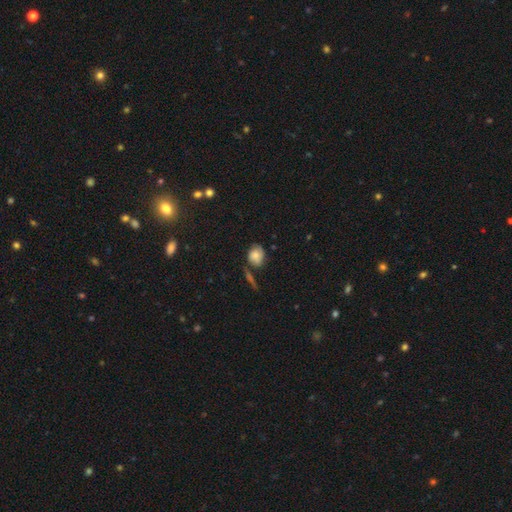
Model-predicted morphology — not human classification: A smooth galaxy with no disk features (74%) that is round (60%).

Vote fractions:
- Smooth or featured? smooth: 74% / featured or disk: 17% / star or artifact: 10%
- How rounded? round: 60% / in between: 38% / cigar-shaped: 2%
- Merging? none: 59% / minor disturbance: 24% / merger: 10% / major disturbance: 7%